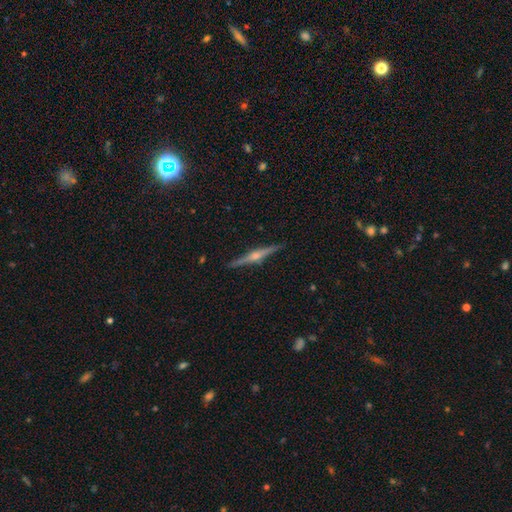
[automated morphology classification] Smooth or featured: featured or disk — 82% (smooth — 12%)
Edge-on disk: yes — 98% (no — 2%)
Edge-on bulge: rounded — 90% (boxy — 7%)
Merging: none — 91% (minor disturbance — 7%)